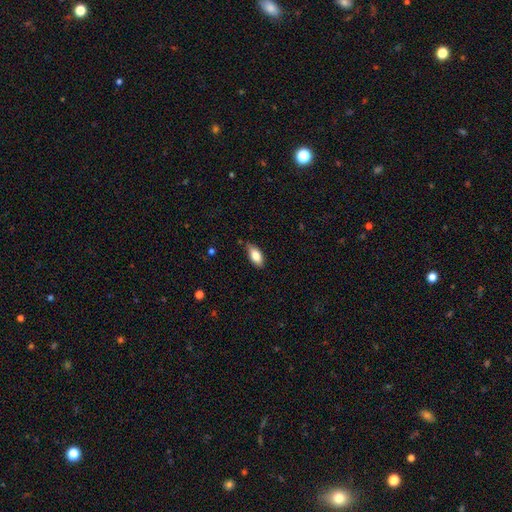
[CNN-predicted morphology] smooth 79%, featured or disk 14%, star or artifact 7%. Down the decision tree: how rounded — in between (86%); merging — none (73%).